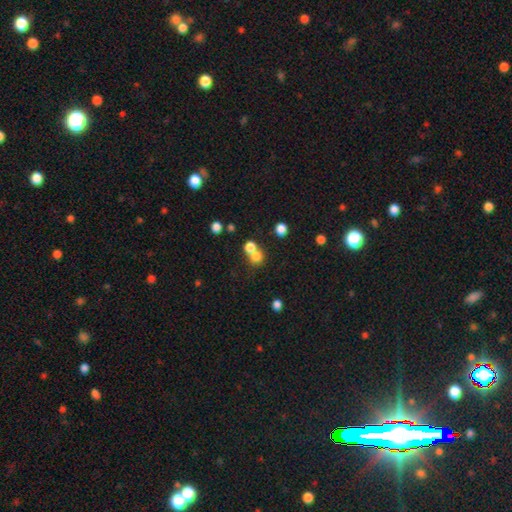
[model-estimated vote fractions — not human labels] A smooth galaxy with no disk features (75%) that is round (86%).

Vote fractions:
- Smooth or featured? smooth: 75% / star or artifact: 15% / featured or disk: 10%
- How rounded? round: 86% / in between: 13% / cigar-shaped: 1%
- Merging? none: 46% / merger: 45% / minor disturbance: 6% / major disturbance: 3%